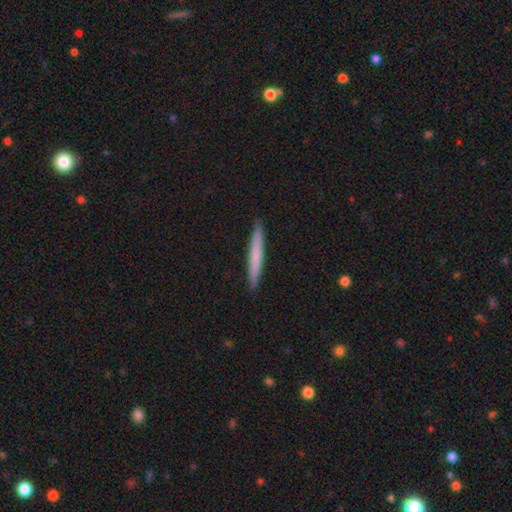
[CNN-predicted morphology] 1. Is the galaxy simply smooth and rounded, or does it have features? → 67% smooth, 28% featured or disk, 5% star or artifact.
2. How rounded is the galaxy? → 96% cigar-shaped, 3% in between, 1% round.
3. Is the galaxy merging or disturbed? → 92% none, 6% minor disturbance, 1% major disturbance, 1% merger.